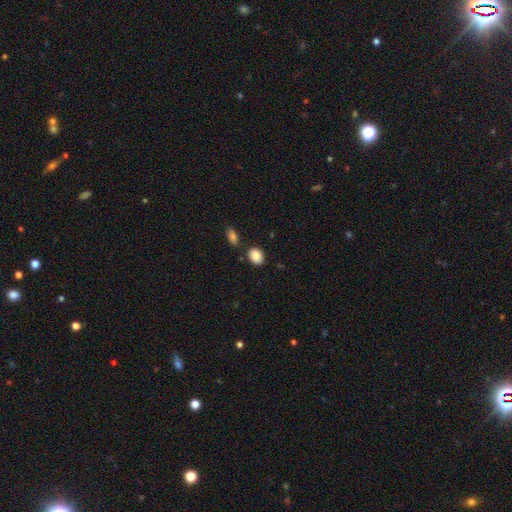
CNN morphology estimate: This appears to be a smooth galaxy with no disk features (85%) that is in between round and cigar-shaped (65%). Merging: none (78%).